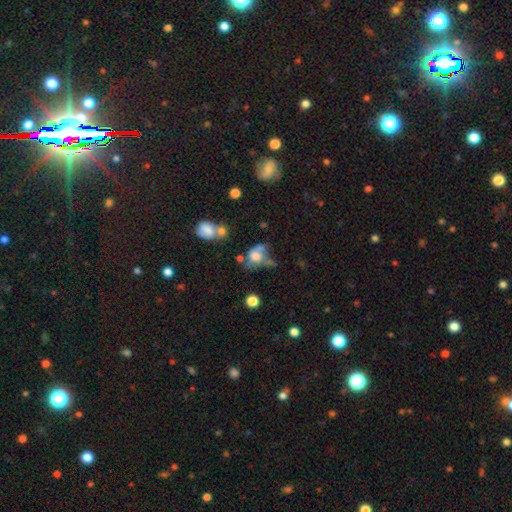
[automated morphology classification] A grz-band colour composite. It shows a smooth galaxy with no disk features (56%) that is in between round and cigar-shaped (52%). Merging: major disturbance (32%).